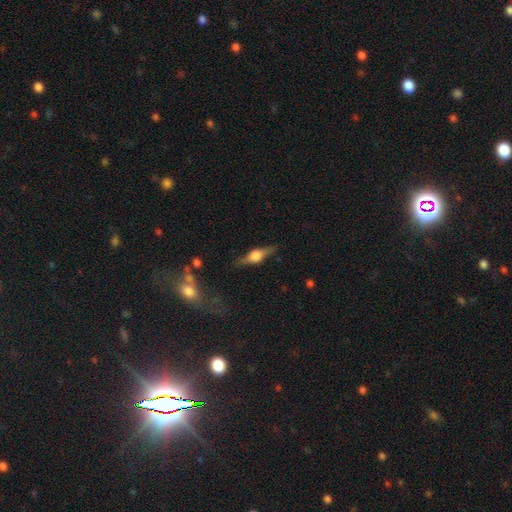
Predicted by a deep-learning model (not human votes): This appears to be a featured or disk galaxy (72%) viewed edge-on (96%) with a rounded central bulge (92%). Merging: none (85%).